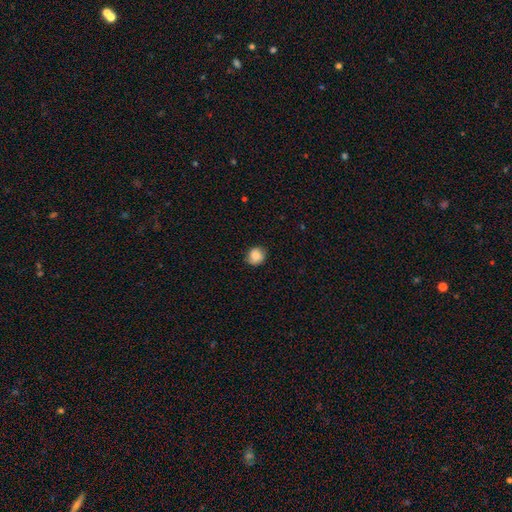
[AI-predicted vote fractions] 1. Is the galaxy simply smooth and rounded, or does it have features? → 83% smooth, 9% star or artifact, 8% featured or disk.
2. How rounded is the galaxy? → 78% round, 21% in between, 1% cigar-shaped.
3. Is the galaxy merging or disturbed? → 77% none, 19% minor disturbance, 4% major disturbance, 1% merger.